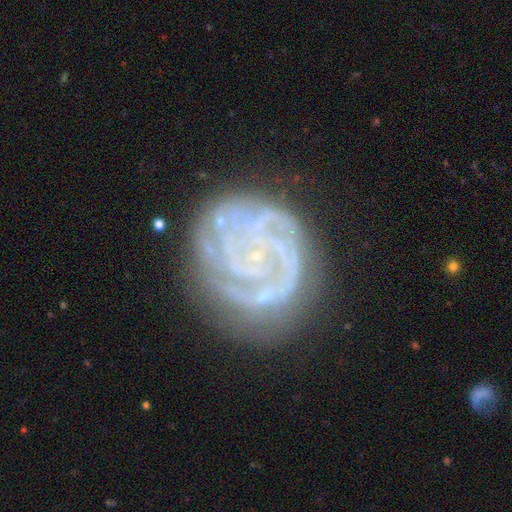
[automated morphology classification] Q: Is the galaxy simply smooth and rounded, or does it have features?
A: featured or disk — 85%.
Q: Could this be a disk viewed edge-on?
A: no — 98%.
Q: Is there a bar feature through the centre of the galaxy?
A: no — 72%.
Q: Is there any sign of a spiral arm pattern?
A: yes — 95%.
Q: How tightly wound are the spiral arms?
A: tight — 71%.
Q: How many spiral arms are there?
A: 3 — 27%.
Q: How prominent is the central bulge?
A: small — 76%.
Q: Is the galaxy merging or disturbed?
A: none — 69%.